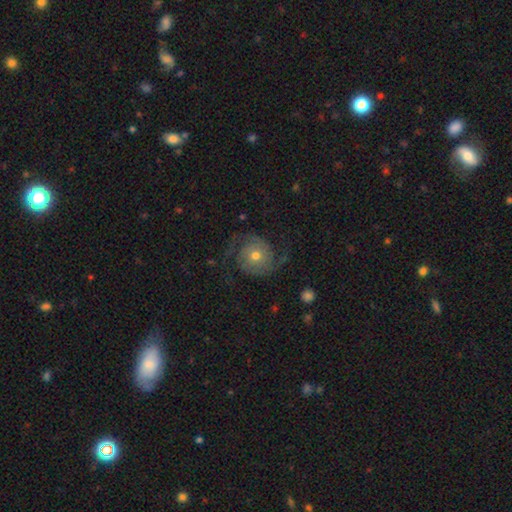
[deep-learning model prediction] featured or disk 80%, smooth 13%, star or artifact 7%. Down the decision tree: edge-on disk — no (98%); bar — no (78%); spiral arms — yes (96%); spiral arm count — 2 (88%); spiral winding — medium (44%); bulge size — moderate (65%); merging — none (71%).